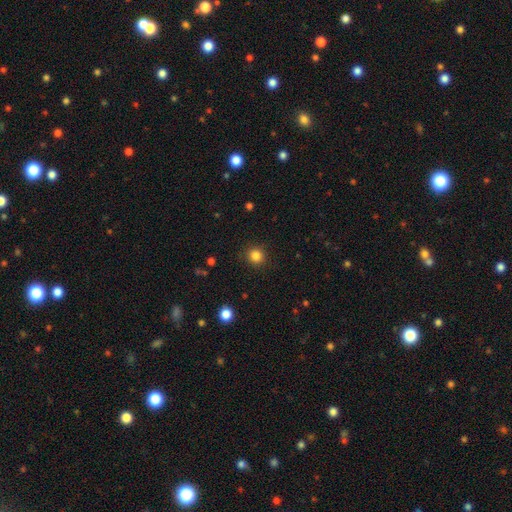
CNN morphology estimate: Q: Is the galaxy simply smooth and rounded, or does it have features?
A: smooth — 84%.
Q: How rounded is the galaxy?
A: round — 93%.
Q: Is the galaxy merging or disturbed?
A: none — 90%.